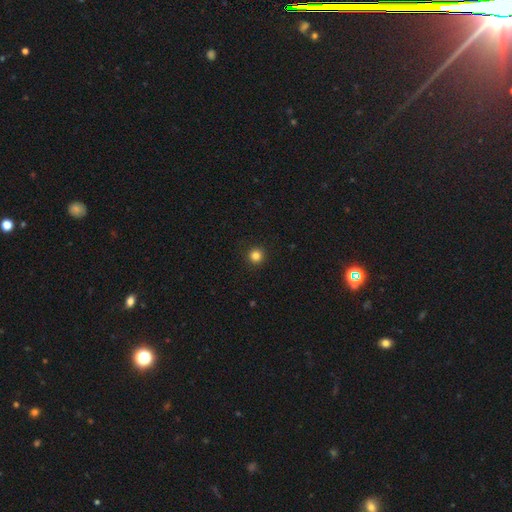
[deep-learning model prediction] A smooth galaxy with no disk features (83%) that is round (96%). Merging: none (93%).